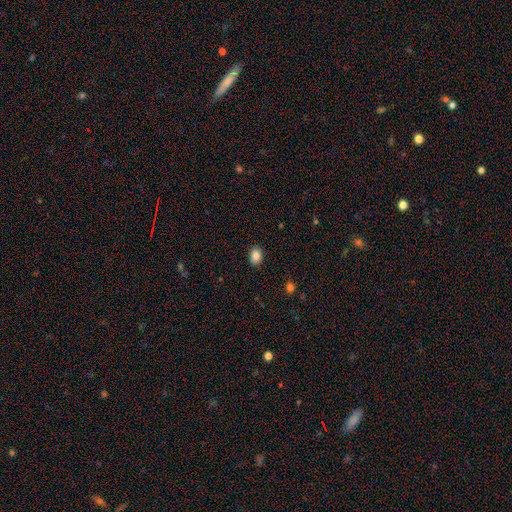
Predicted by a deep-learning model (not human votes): Smooth or featured? smooth (86%)
How rounded? in between (77%)
Merging? none (89%)